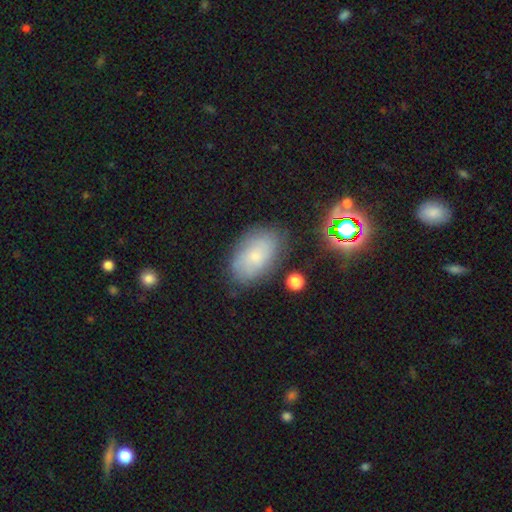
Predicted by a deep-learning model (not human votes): smooth-or-featured: smooth: 52% | featured or disk: 36% | star or artifact: 12%
  how-rounded: in between: 89% | round: 9% | cigar-shaped: 2%
  merging: none: 75% | minor disturbance: 17% | major disturbance: 5% | merger: 3%